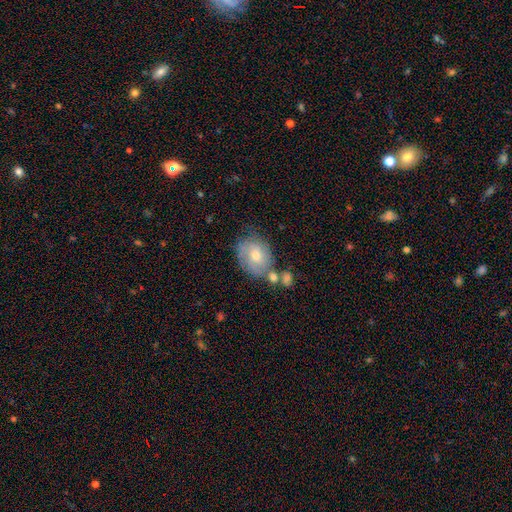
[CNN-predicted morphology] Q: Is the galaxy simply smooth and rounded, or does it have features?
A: smooth — 56%.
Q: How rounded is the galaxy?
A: in between — 57%.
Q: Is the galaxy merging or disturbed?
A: none — 50%.